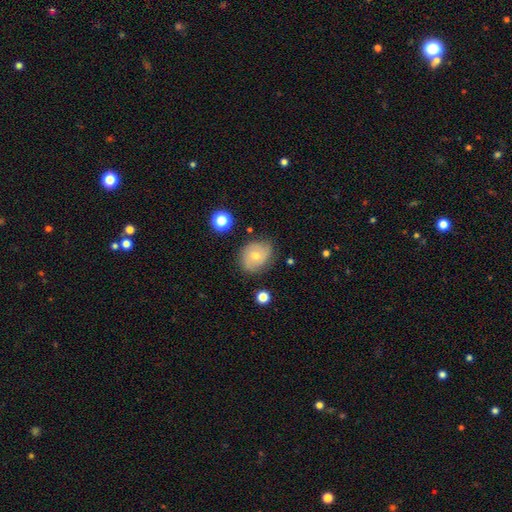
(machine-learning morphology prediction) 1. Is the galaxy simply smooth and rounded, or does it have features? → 47% featured or disk, 44% smooth, 9% star or artifact.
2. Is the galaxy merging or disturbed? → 73% none, 20% minor disturbance, 5% major disturbance, 2% merger.